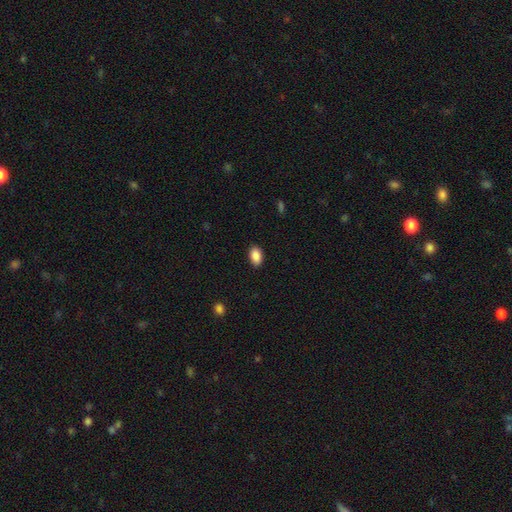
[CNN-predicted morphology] smooth 89%, star or artifact 7%, featured or disk 4%. Down the decision tree: how rounded — in between (91%); merging — none (89%).